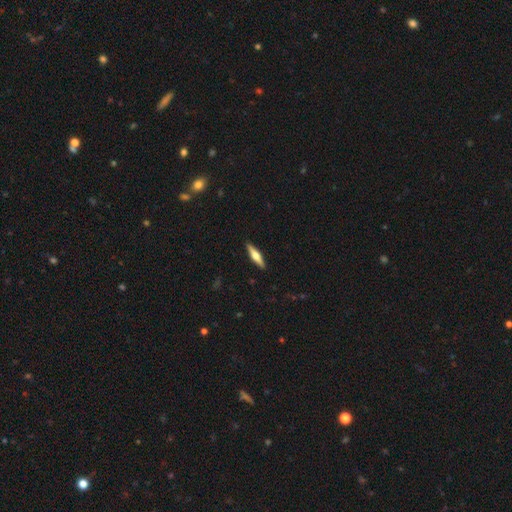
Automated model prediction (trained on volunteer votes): A featured or disk galaxy (56%) viewed edge-on (96%) with a rounded central bulge (91%).

Vote fractions:
- Smooth or featured? featured or disk: 56% / smooth: 39% / star or artifact: 5%
- Edge-on disk? yes: 96% / no: 4%
- Edge-on bulge? rounded: 91% / boxy: 6% / none: 3%
- Merging? none: 91% / minor disturbance: 7% / major disturbance: 1% / merger: 1%